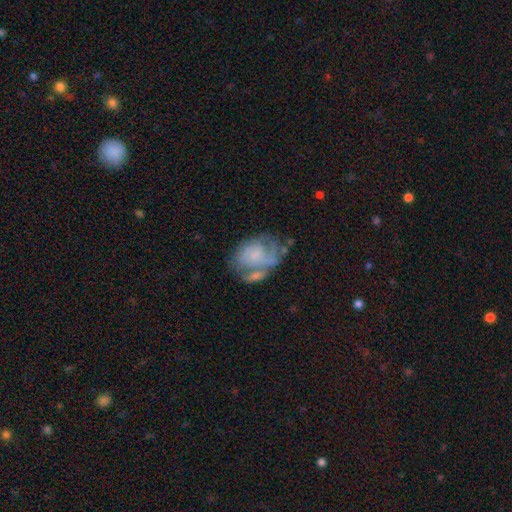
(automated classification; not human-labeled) smooth-or-featured: featured or disk: 58% | smooth: 34% | star or artifact: 8%
  disk-edge-on: no: 97% | yes: 3%
    bar: no: 74% | weak: 22% | strong: 4%
    has-spiral-arms: yes: 68% | no: 32%
    bulge-size: small: 46% | none: 30% | moderate: 18% | large: 4% | dominant: 2%
  merging: none: 34% | merger: 23% | minor disturbance: 23% | major disturbance: 19%